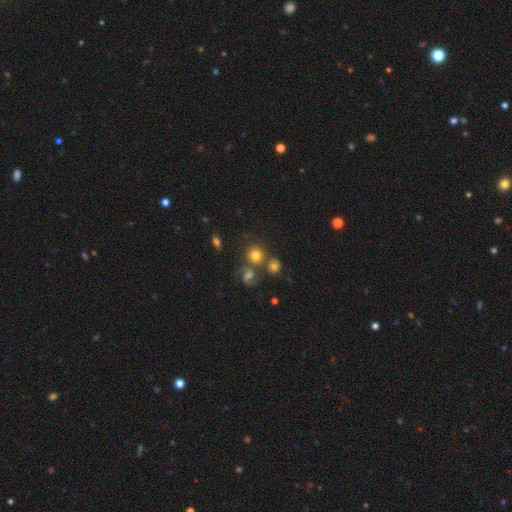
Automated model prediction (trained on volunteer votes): A smooth galaxy with no disk features (69%) that is round (87%).

Vote fractions:
- Smooth or featured? smooth: 69% / featured or disk: 19% / star or artifact: 12%
- How rounded? round: 87% / in between: 12% / cigar-shaped: 1%
- Merging? none: 61% / merger: 23% / minor disturbance: 11% / major disturbance: 5%